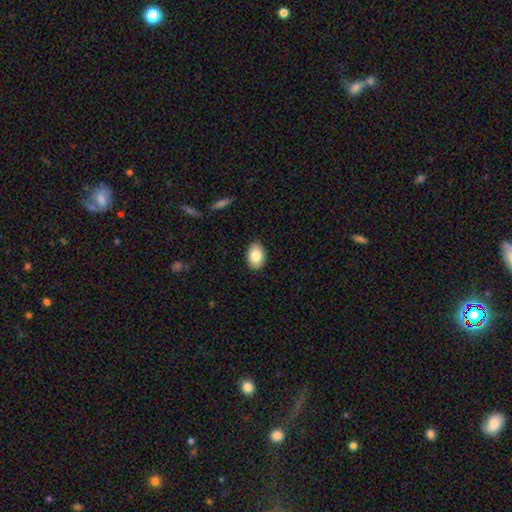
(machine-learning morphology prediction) type=smooth (84%); roundness=in between (85%); merging=none (88%).